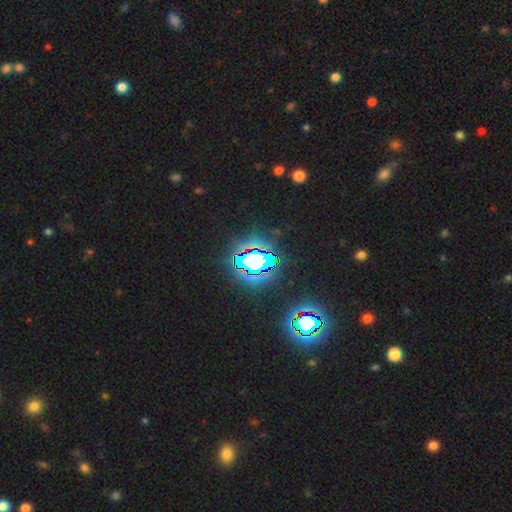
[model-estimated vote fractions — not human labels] The model was most divided on "smooth or featured": star or artifact: 76%, smooth: 14%, featured or disk: 9%.